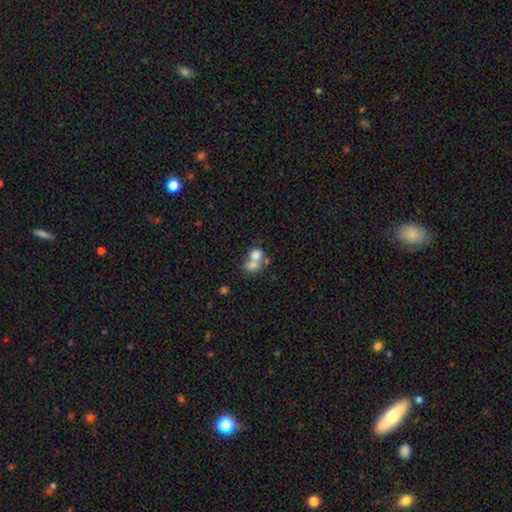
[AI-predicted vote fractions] This is likely a smooth galaxy (72%). How rounded: possibly round (50%). Merging: likely merger (67%).